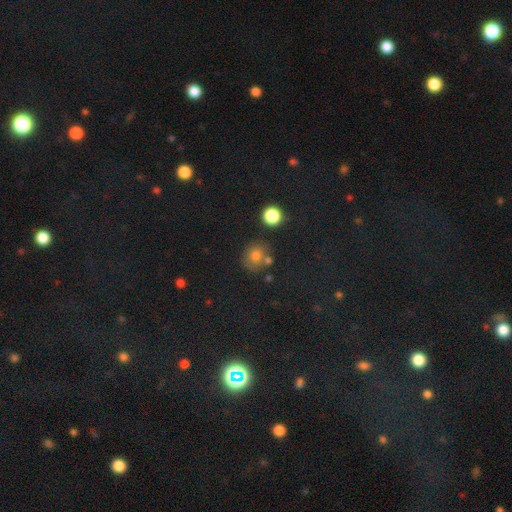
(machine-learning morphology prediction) Smooth or featured?
  - smooth: 70% *
  - star or artifact: 21%
  - featured or disk: 10%
How rounded?
  - round: 76% *
  - in between: 23%
  - cigar-shaped: 1%
Merging?
  - none: 68% *
  - merger: 14%
  - minor disturbance: 13%
  - major disturbance: 4%